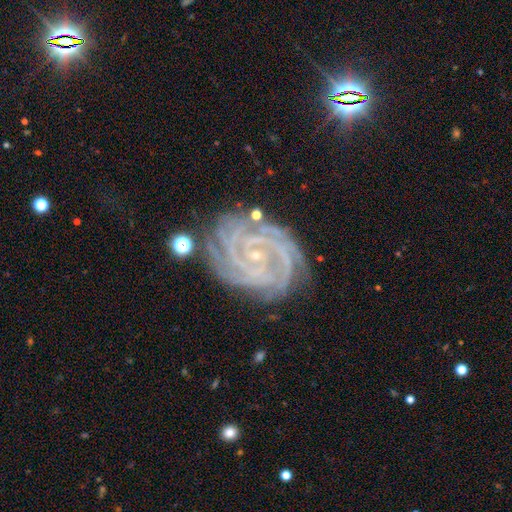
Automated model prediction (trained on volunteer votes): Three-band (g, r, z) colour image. It shows a featured or disk galaxy (89%) with no bar (60%), 4 (32%) tight (83%) spiral arms (99%) and a small central bulge (87%). Merging: none (78%).